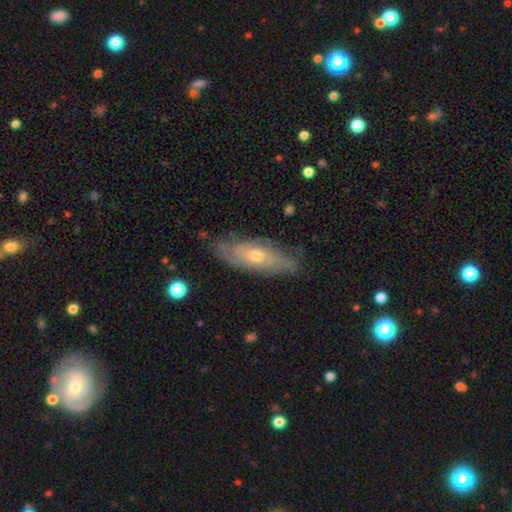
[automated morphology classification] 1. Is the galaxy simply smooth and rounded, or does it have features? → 72% featured or disk, 21% smooth, 7% star or artifact.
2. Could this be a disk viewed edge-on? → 75% no, 25% yes.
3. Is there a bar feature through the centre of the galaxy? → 75% no, 21% weak, 4% strong.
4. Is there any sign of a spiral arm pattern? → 83% yes, 17% no.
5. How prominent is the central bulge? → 60% moderate, 36% small, 2% large, 1% none, 1% dominant.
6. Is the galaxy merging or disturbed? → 75% none, 19% minor disturbance, 5% major disturbance, 1% merger.